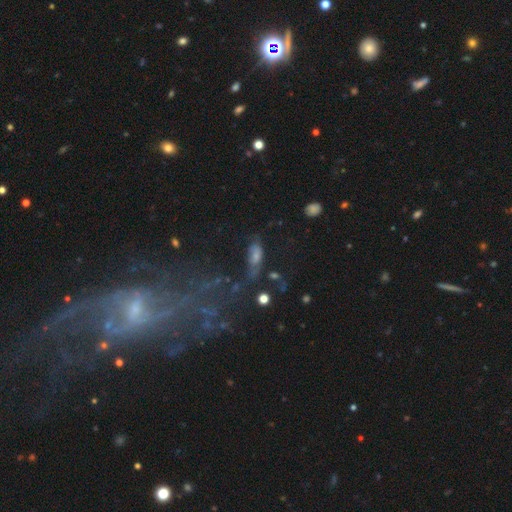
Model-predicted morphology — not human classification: smooth-or-featured: smooth: 42% | featured or disk: 35% | star or artifact: 23%
  merging: none: 50% | minor disturbance: 23% | major disturbance: 20% | merger: 8%